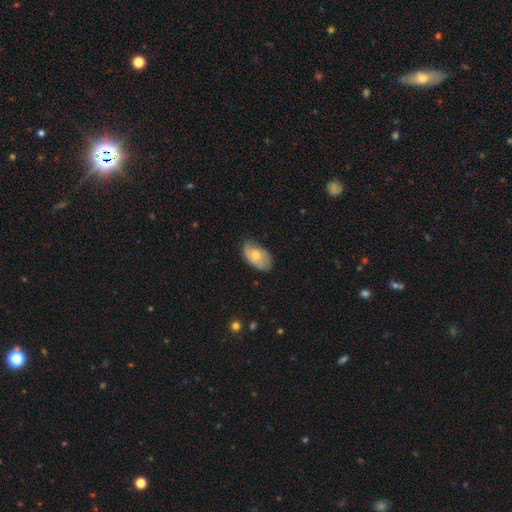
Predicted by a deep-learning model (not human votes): Smooth or featured: smooth — 59% (featured or disk — 35%)
How rounded: in between — 92% (round — 6%)
Merging: none — 64% (minor disturbance — 29%)